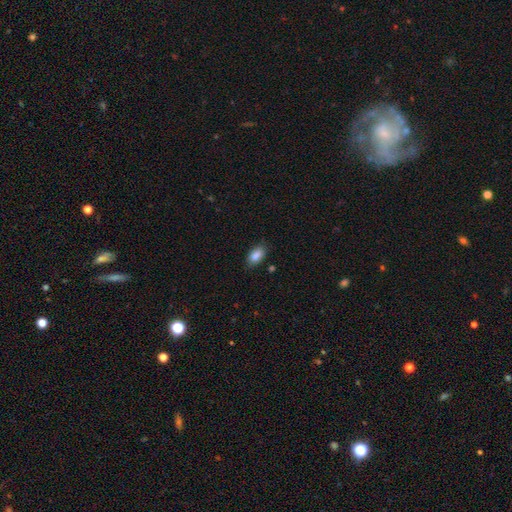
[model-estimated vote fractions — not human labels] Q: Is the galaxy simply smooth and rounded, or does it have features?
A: smooth — 87%.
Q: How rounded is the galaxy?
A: in between — 91%.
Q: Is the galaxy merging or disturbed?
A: none — 82%.